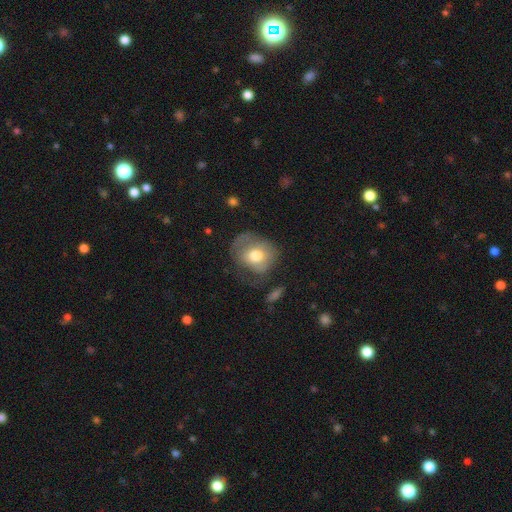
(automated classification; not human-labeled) Smooth or featured: smooth — 65% (featured or disk — 28%)
How rounded: round — 62% (in between — 37%)
Merging: none — 42% (minor disturbance — 28%)